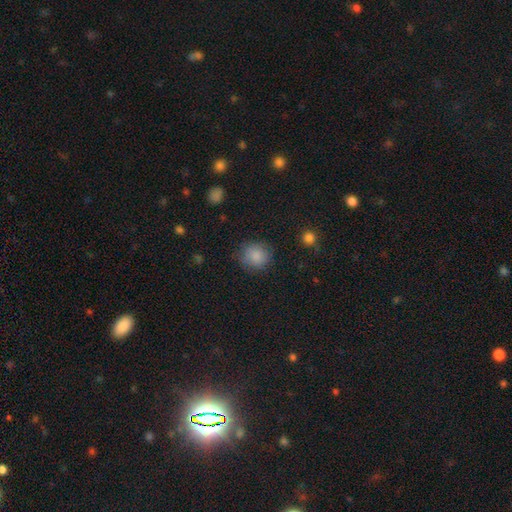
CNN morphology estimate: Smooth or featured?
  - smooth: 86% *
  - star or artifact: 9%
  - featured or disk: 5%
How rounded?
  - round: 87% *
  - in between: 12%
  - cigar-shaped: 1%
Merging?
  - none: 81% *
  - minor disturbance: 13%
  - major disturbance: 4%
  - merger: 1%